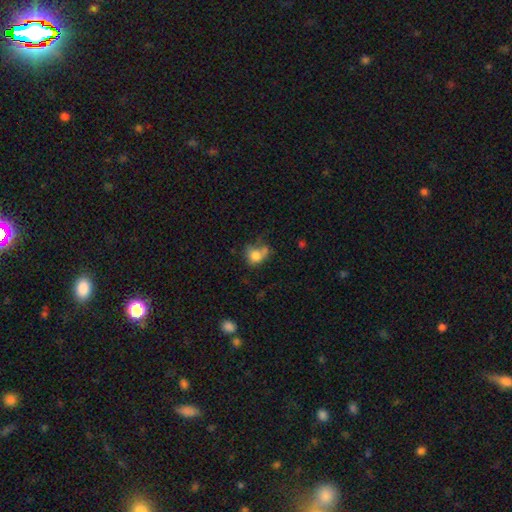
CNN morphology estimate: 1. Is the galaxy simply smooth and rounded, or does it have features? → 75% smooth, 14% featured or disk, 11% star or artifact.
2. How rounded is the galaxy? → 60% round, 38% in between, 1% cigar-shaped.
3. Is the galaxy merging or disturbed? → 36% none, 25% merger, 23% minor disturbance, 17% major disturbance.